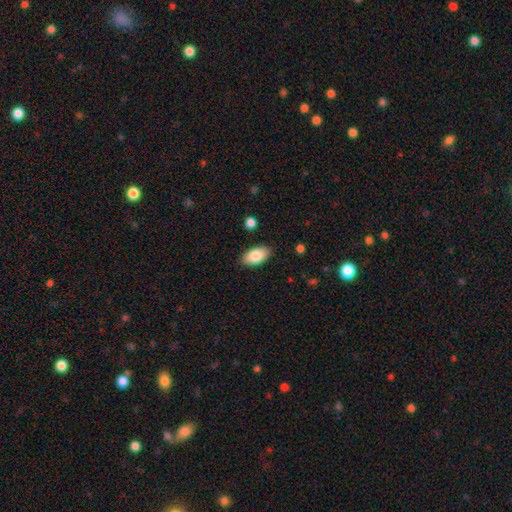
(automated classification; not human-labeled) The model was most divided on "smooth or featured": smooth: 84%, featured or disk: 9%, star or artifact: 7%. More confident: how rounded — in between (94%); merging — none (87%).